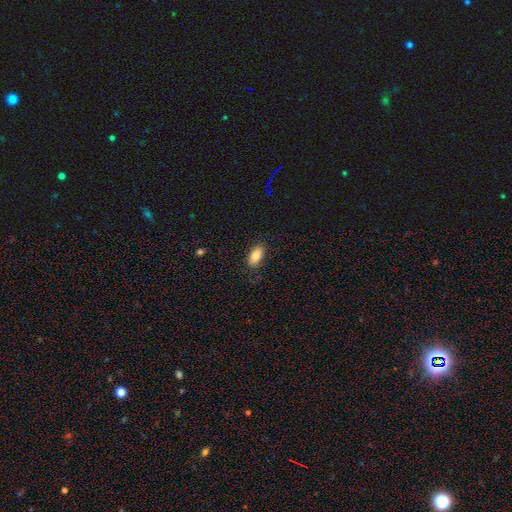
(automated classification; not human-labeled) Smooth or featured?
  - smooth: 85% *
  - star or artifact: 8%
  - featured or disk: 6%
How rounded?
  - in between: 91% *
  - round: 4%
  - cigar-shaped: 4%
Merging?
  - none: 84% *
  - minor disturbance: 12%
  - major disturbance: 3%
  - merger: 1%